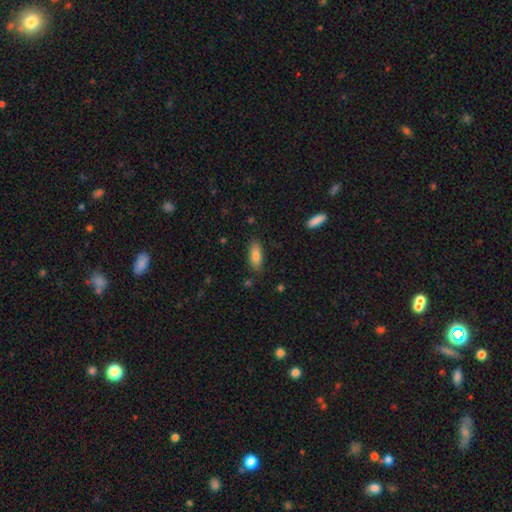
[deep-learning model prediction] Overall: smooth (83%). How rounded: in between (75%). Merging: none (82%).